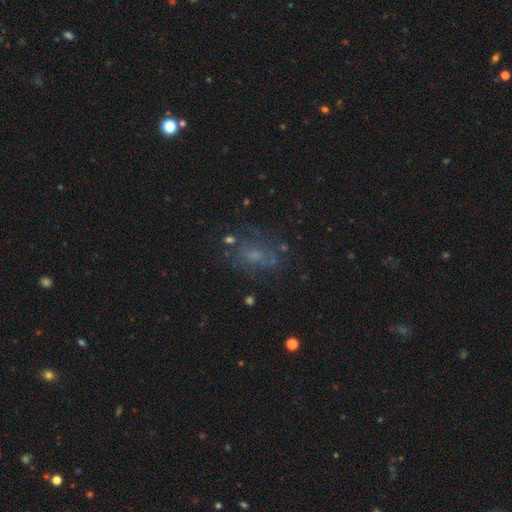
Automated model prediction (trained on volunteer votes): A featured or disk galaxy (45%). Merging: none (57%).